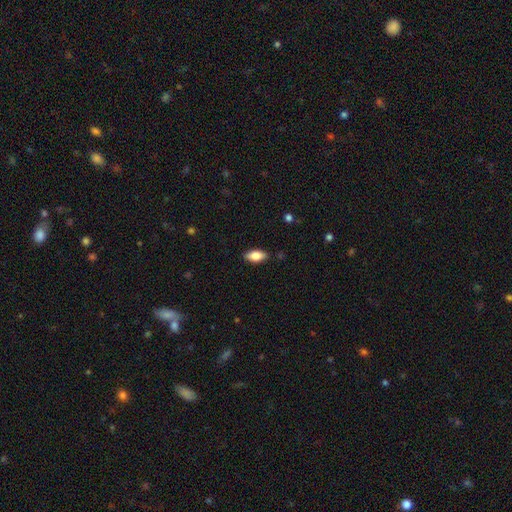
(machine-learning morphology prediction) The model was most divided on "smooth or featured": smooth: 79%, featured or disk: 14%, star or artifact: 7%. More confident: how rounded — in between (87%); merging — none (87%).